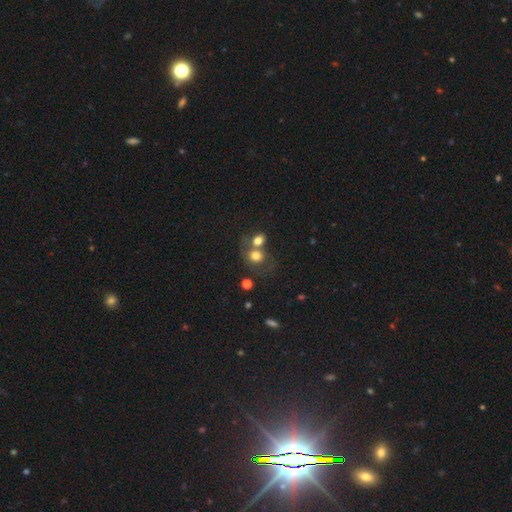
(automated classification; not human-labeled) This appears to be a smooth galaxy with no disk features (71%) that is round (63%). Merging: merger (51%).